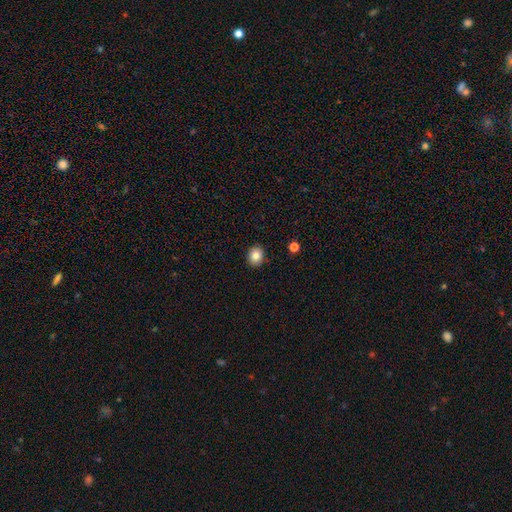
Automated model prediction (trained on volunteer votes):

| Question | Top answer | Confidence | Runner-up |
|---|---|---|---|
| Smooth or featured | smooth | 85% | star or artifact (9%) |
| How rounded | round | 67% | in between (33%) |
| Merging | none | 90% | minor disturbance (7%) |